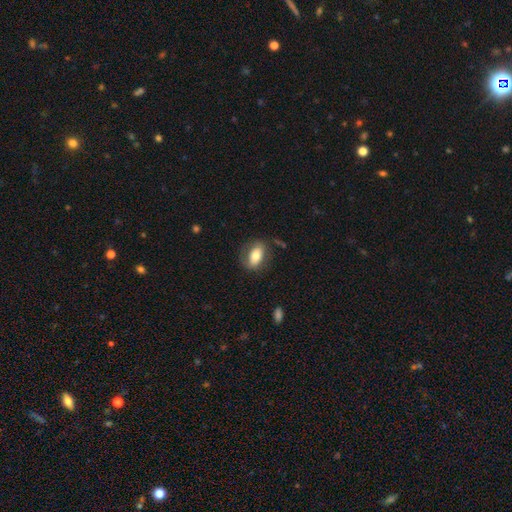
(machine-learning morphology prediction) Smooth or featured? smooth (68%)
How rounded? in between (88%)
Merging? none (70%)